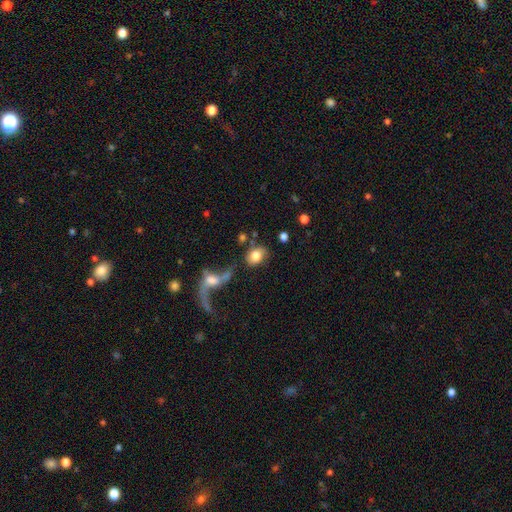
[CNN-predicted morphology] smooth_or_featured: smooth (p=0.75) [alt: featured or disk p=0.16]
how_rounded: in between (p=0.69) [alt: round p=0.29]
merging: none (p=0.59) [alt: merger p=0.17]